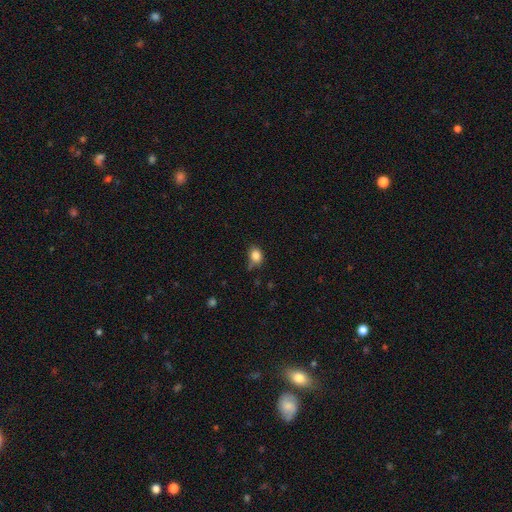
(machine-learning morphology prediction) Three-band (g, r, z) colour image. It shows a smooth galaxy with no disk features (84%) that is in between round and cigar-shaped (55%). Merging: none (60%).